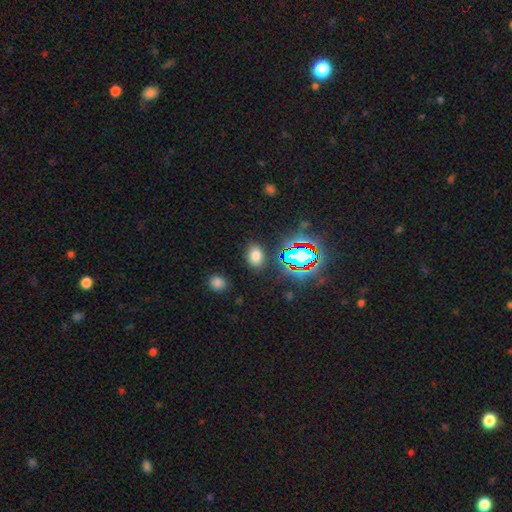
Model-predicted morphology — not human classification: This is likely a smooth galaxy (71%). How rounded: likely in between (76%). Merging: clearly none (84%).